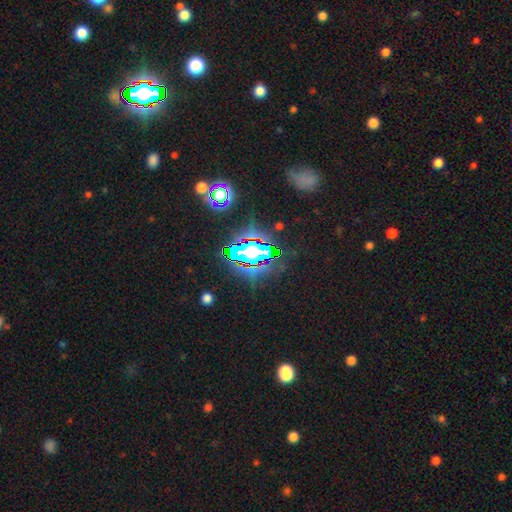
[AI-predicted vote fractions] star or artifact 81%, smooth 11%, featured or disk 8%.